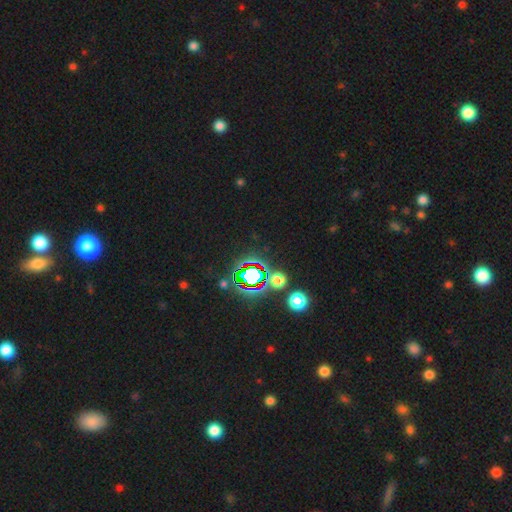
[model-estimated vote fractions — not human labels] smooth-or-featured: star or artifact: 77% | smooth: 14% | featured or disk: 8%